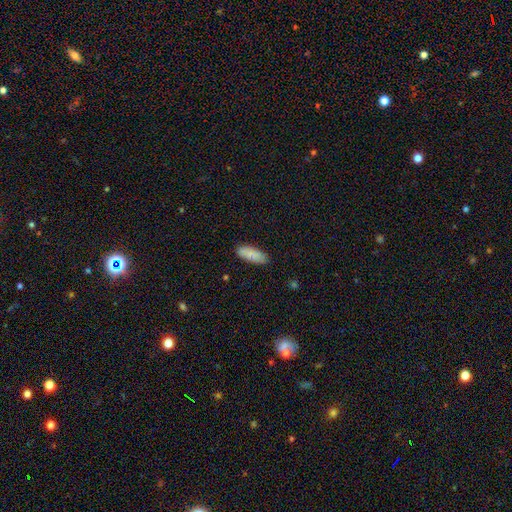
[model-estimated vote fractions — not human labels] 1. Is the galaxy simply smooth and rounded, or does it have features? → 71% smooth, 14% featured or disk, 14% star or artifact.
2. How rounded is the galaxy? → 62% in between, 35% cigar-shaped, 3% round.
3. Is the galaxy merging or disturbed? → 86% none, 11% minor disturbance, 2% major disturbance, 2% merger.